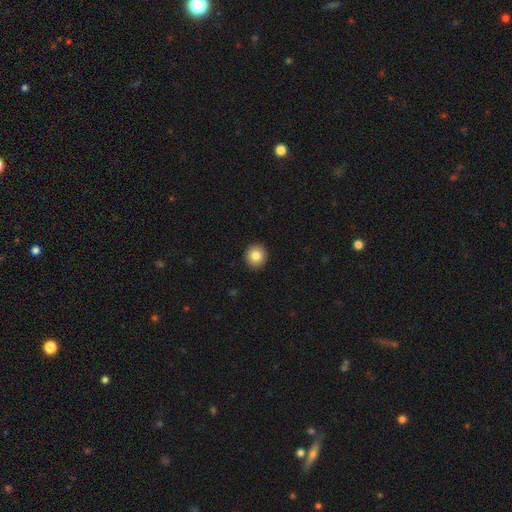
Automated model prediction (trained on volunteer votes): Smooth or featured: smooth — 83% (star or artifact — 9%)
How rounded: round — 90% (in between — 9%)
Merging: none — 93% (minor disturbance — 5%)